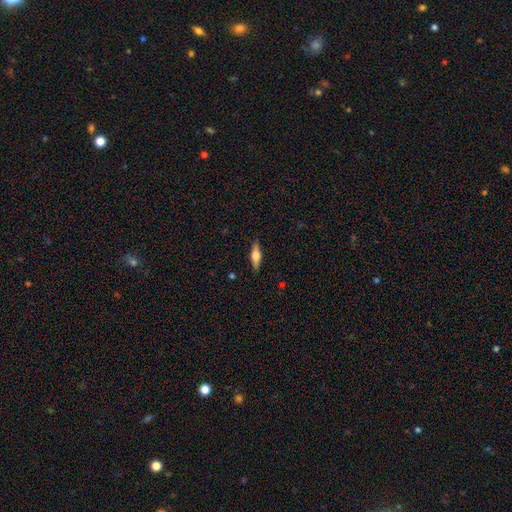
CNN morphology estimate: A featured or disk galaxy (55%) viewed edge-on (96%) with a rounded central bulge (90%). Merging: none (88%).